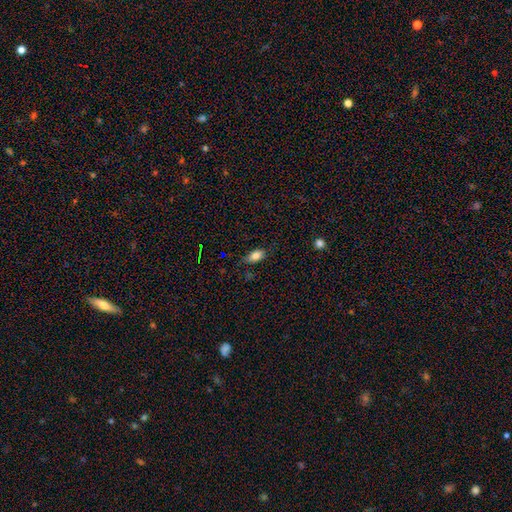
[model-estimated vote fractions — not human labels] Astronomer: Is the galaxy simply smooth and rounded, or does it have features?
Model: smooth — 82%.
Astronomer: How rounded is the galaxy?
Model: in between — 88%.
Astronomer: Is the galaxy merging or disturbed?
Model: none — 75%.